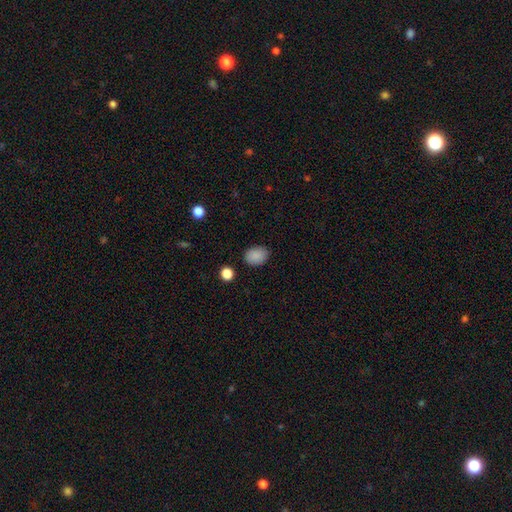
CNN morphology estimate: Overall: smooth (88%). How rounded: in between (65%; round 34%). Merging: none (85%).